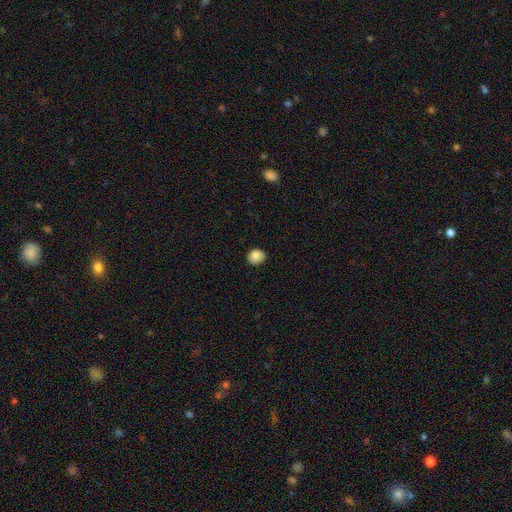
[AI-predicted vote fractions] Smooth or featured: smooth — 85% (star or artifact — 9%)
How rounded: round — 76% (in between — 23%)
Merging: none — 84% (minor disturbance — 13%)